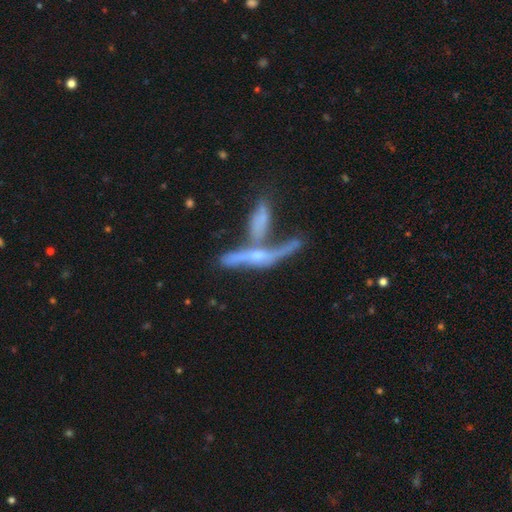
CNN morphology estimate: This appears to be a featured or disk galaxy (67%) viewed edge-on (69%). Merging: merger (50%).